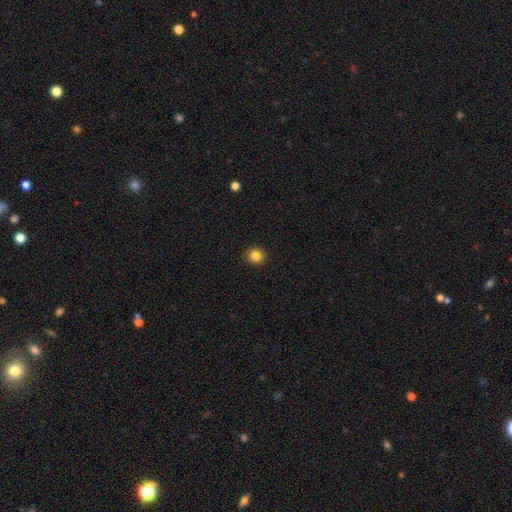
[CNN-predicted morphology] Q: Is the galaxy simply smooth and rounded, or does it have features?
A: smooth — 85%.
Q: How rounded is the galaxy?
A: round — 88%.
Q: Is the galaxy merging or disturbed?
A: none — 90%.